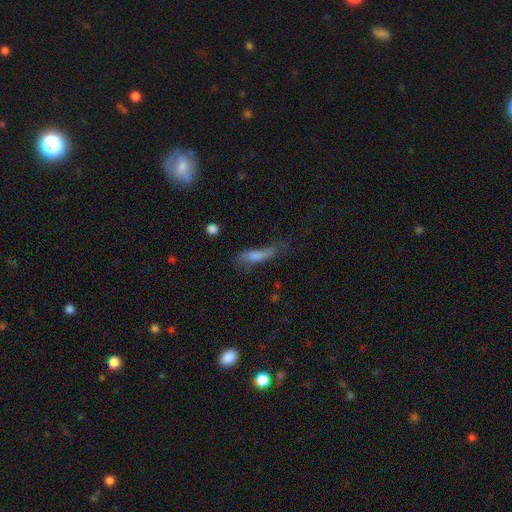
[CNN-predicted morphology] Smooth or featured? Predicted: smooth (p=0.63). How rounded? Predicted: cigar-shaped (p=0.60). Merging? Predicted: none (p=0.34).